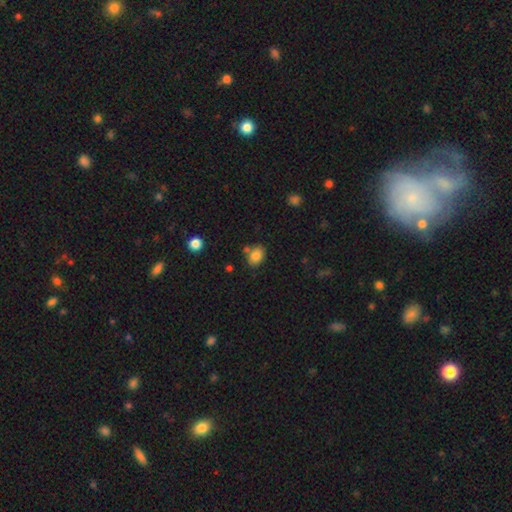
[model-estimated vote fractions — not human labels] Smooth or featured?
  - smooth: 83% *
  - star or artifact: 9%
  - featured or disk: 8%
How rounded?
  - in between: 69% *
  - round: 30%
  - cigar-shaped: 1%
Merging?
  - none: 68% *
  - minor disturbance: 15%
  - merger: 13%
  - major disturbance: 4%